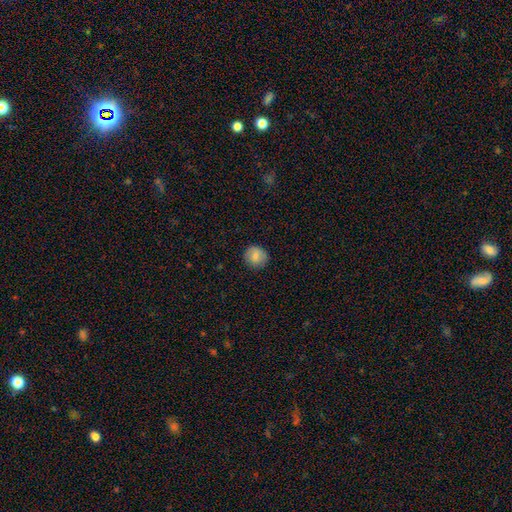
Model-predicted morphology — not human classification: Overall: smooth (82%). How rounded: round (89%). Merging: none (87%).